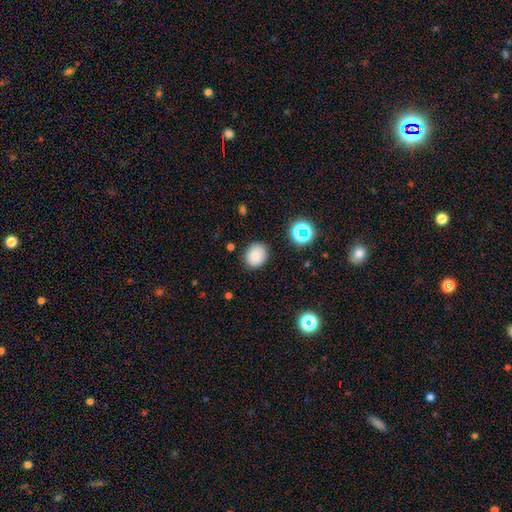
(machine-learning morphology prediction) smooth-or-featured: smooth: 81% | star or artifact: 13% | featured or disk: 6%
  how-rounded: round: 69% | in between: 30% | cigar-shaped: 1%
  merging: none: 85% | minor disturbance: 11% | major disturbance: 3% | merger: 2%